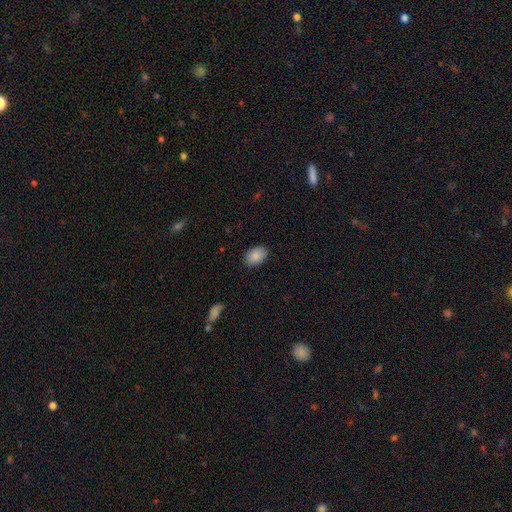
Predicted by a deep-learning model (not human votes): Smooth or featured?
  - smooth: 88% *
  - star or artifact: 7%
  - featured or disk: 5%
How rounded?
  - in between: 87% *
  - round: 12%
  - cigar-shaped: 1%
Merging?
  - none: 87% *
  - minor disturbance: 10%
  - major disturbance: 2%
  - merger: 1%